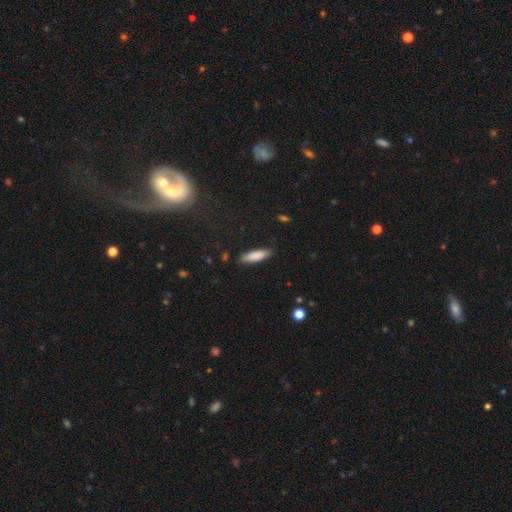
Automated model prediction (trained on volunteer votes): Smooth or featured: smooth — 84% (featured or disk — 10%)
How rounded: cigar-shaped — 64% (in between — 35%)
Merging: none — 85% (minor disturbance — 12%)